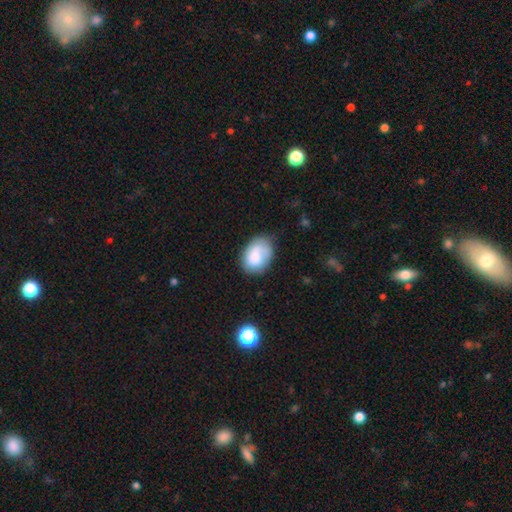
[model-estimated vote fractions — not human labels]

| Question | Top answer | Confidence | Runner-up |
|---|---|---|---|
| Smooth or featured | smooth | 74% | featured or disk (19%) |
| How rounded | in between | 76% | round (23%) |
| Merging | none | 61% | minor disturbance (27%) |